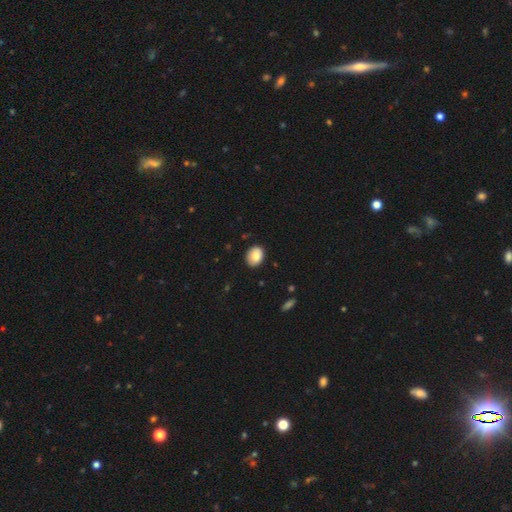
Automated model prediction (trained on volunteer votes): Overall: smooth (83%). How rounded: in between (58%; round 41%). Merging: none (85%).